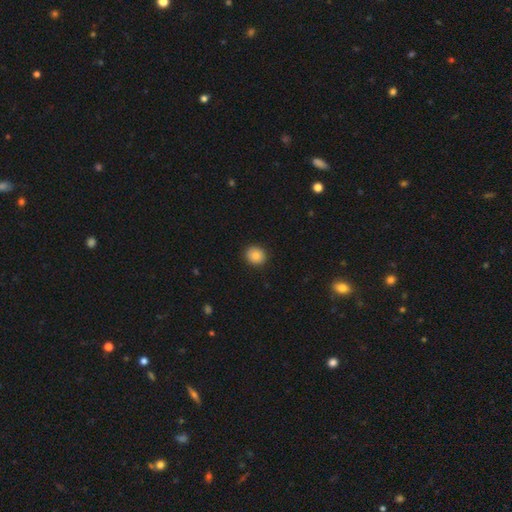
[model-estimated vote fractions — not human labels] This is clearly a smooth galaxy (83%). How rounded: likely round (75%). Merging: clearly none (90%).